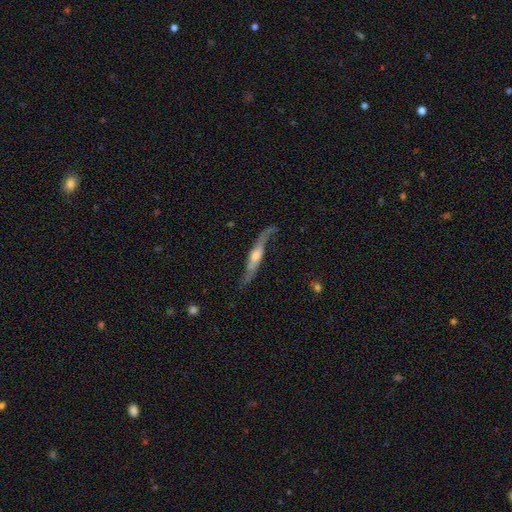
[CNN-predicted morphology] type=featured or disk (80%); edge-on=yes (62%); merging=none (64%).